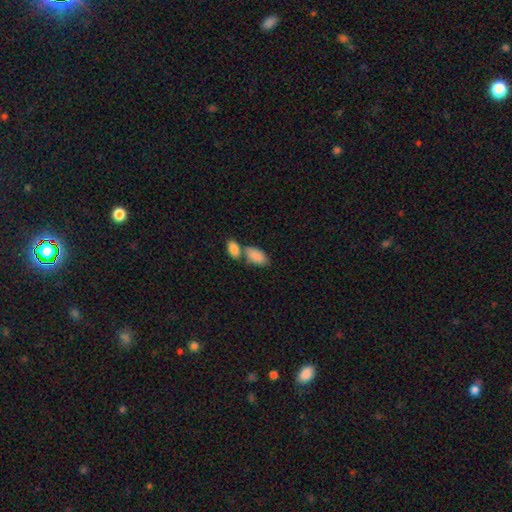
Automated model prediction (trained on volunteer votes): Smooth or featured: smooth — 87% (featured or disk — 7%)
How rounded: in between — 94% (round — 3%)
Merging: merger — 44% (none — 40%)